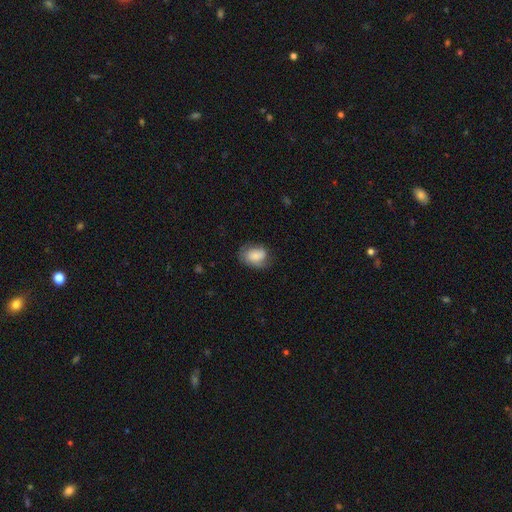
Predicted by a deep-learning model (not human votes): Smooth or featured: smooth — 71% (featured or disk — 22%)
How rounded: in between — 77% (round — 22%)
Merging: none — 59% (minor disturbance — 28%)